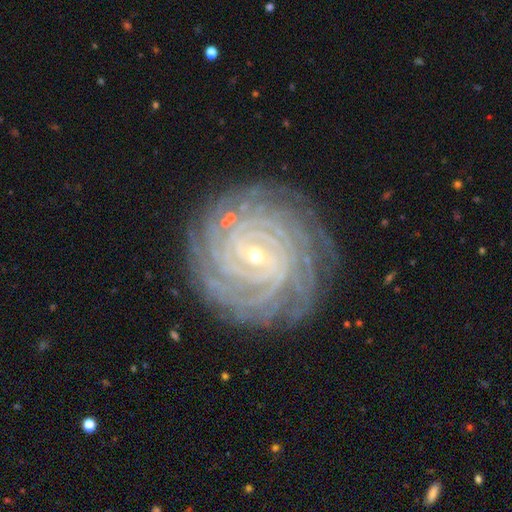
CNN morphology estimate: This appears to be a featured or disk galaxy (92%) with no bar (40%), more than 4 (32%) tight (90%) spiral arms (99%) and a small central bulge (68%). Merging: none (83%).